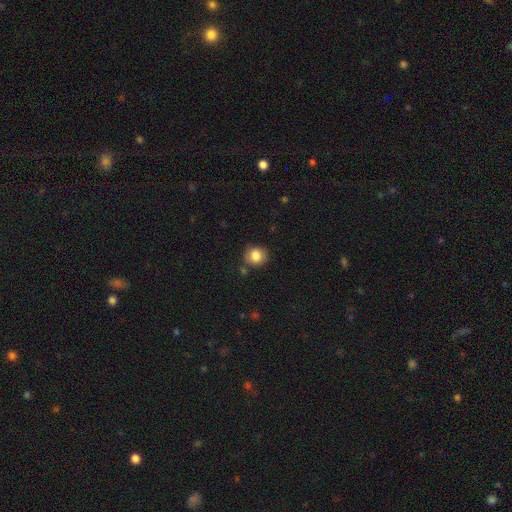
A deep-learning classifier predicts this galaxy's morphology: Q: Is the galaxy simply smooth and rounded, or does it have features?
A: smooth — 84%.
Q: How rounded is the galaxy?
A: round — 84%.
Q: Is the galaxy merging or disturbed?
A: none — 81%.